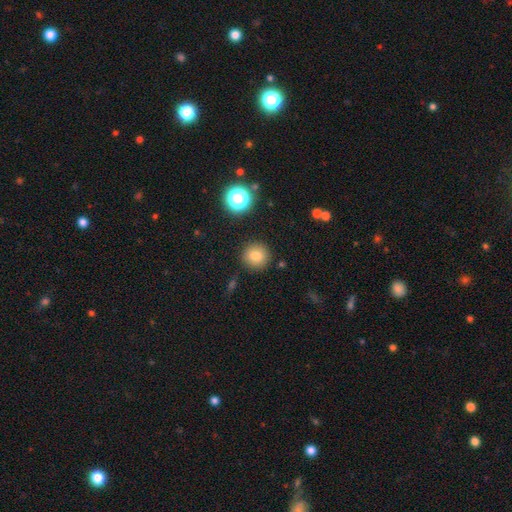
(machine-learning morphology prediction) Smooth or featured? smooth (79%)
How rounded? round (93%)
Merging? none (89%)